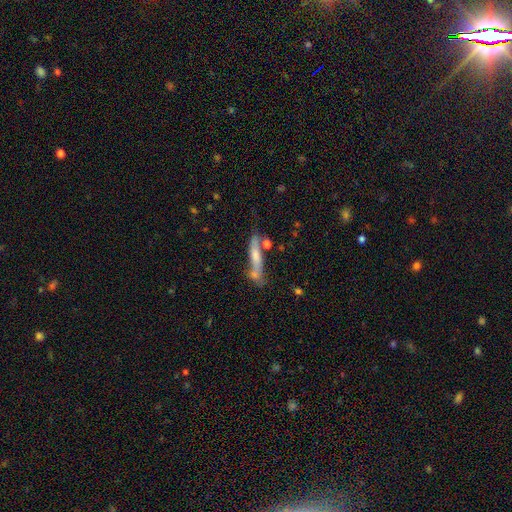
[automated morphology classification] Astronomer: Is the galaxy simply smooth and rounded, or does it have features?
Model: smooth — 59%.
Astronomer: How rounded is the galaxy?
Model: cigar-shaped — 85%.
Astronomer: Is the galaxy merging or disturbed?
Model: none — 53%.